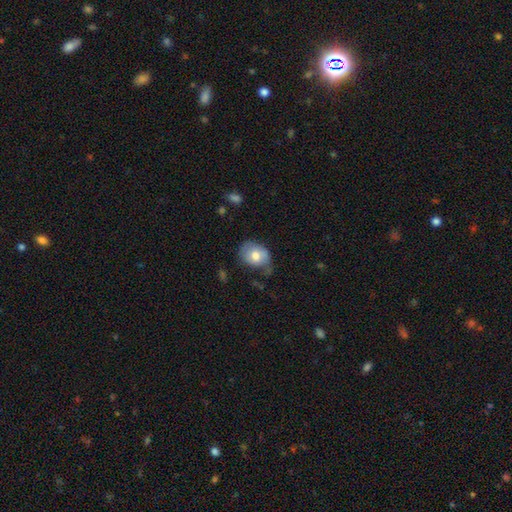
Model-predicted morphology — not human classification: The model was most divided on "merging": none: 50%, minor disturbance: 36%, major disturbance: 12%, merger: 3%. More confident: smooth or featured — smooth (70%); how rounded — in between (57%).